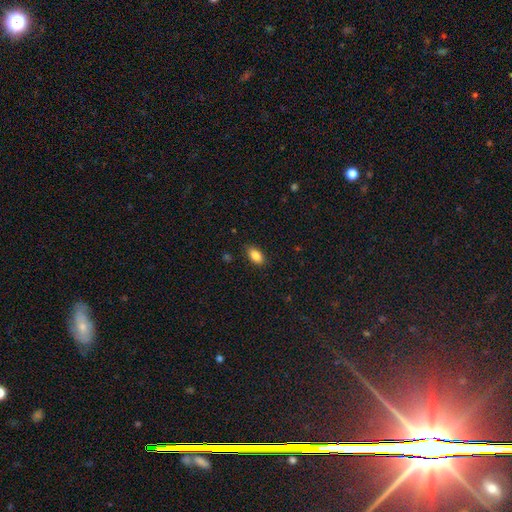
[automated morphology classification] Smooth or featured?
  - smooth: 86% *
  - star or artifact: 8%
  - featured or disk: 6%
How rounded?
  - in between: 91% *
  - round: 6%
  - cigar-shaped: 4%
Merging?
  - none: 85% *
  - minor disturbance: 11%
  - major disturbance: 2%
  - merger: 1%